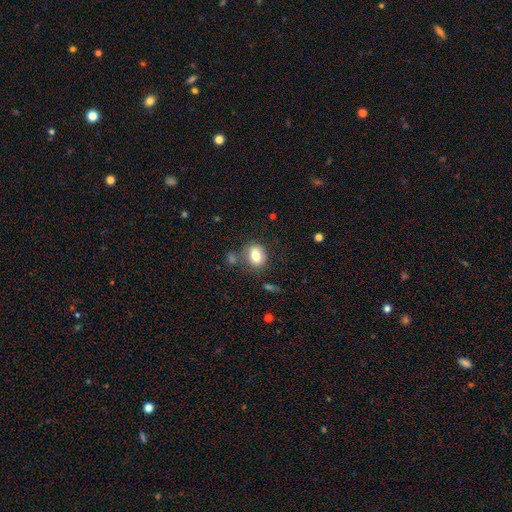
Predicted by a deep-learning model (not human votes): Smooth or featured? smooth (79%)
How rounded? in between (54%)
Merging? none (73%)